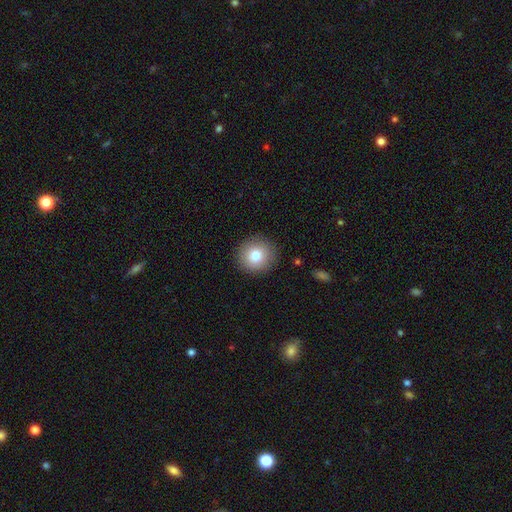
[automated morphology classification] A smooth galaxy with no disk features (80%) that is round (92%).

Vote fractions:
- Smooth or featured? smooth: 80% / featured or disk: 10% / star or artifact: 10%
- How rounded? round: 92% / in between: 7% / cigar-shaped: 1%
- Merging? none: 90% / minor disturbance: 6% / major disturbance: 2% / merger: 1%